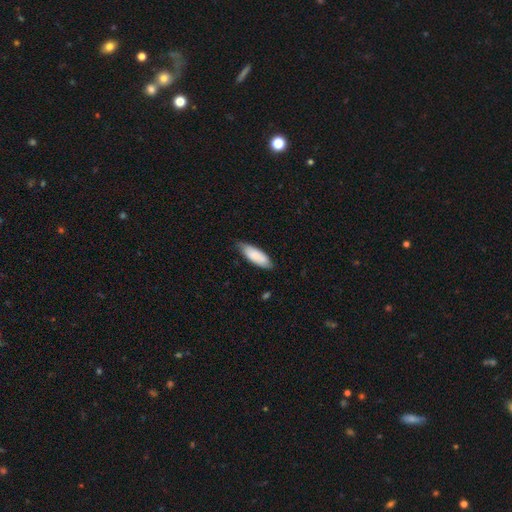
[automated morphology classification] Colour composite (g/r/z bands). It shows a smooth galaxy with no disk features (85%) that is in between round and cigar-shaped (69%). Merging: none (72%).